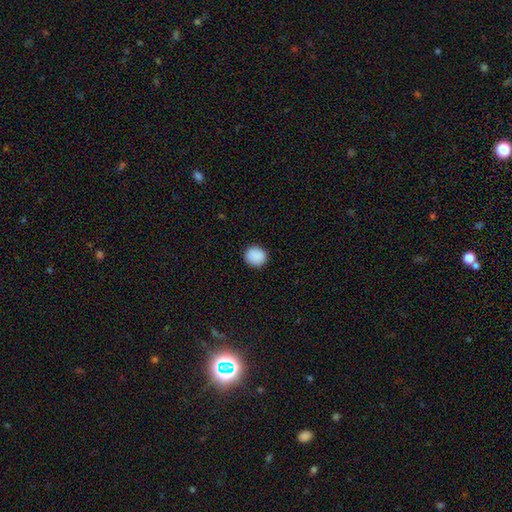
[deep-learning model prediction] A smooth galaxy with no disk features (90%) that is round (86%). Merging: none (91%).